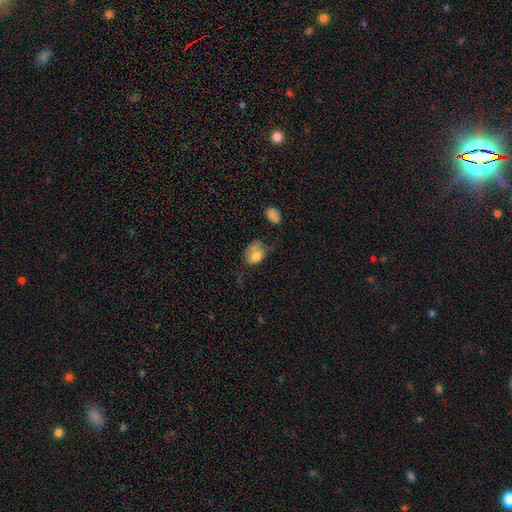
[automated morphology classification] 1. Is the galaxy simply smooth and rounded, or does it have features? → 77% smooth, 14% featured or disk, 9% star or artifact.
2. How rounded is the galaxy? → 70% in between, 29% round, 1% cigar-shaped.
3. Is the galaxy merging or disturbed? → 35% minor disturbance, 29% none, 29% major disturbance, 7% merger.